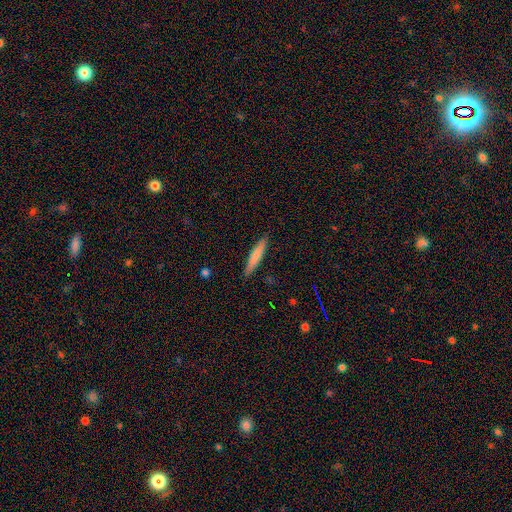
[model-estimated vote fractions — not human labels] Morphology: type=smooth (73%); roundness=cigar-shaped (92%); merging=none (90%).